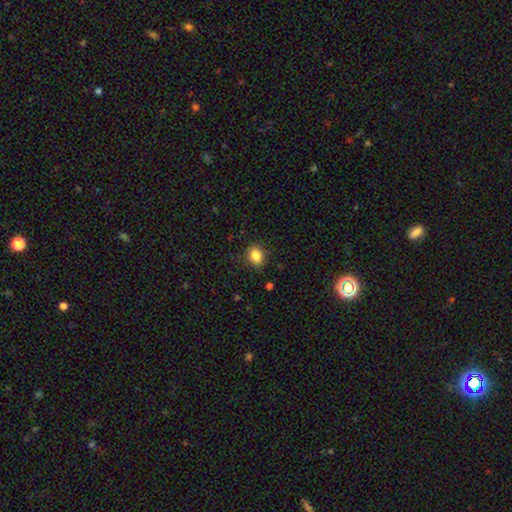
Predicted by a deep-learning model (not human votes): Q: Smooth or featured?
A: smooth (86%); runner-up: star or artifact (10%)
Q: How rounded?
A: in between (58%); runner-up: round (41%)
Q: Merging?
A: none (86%); runner-up: minor disturbance (10%)